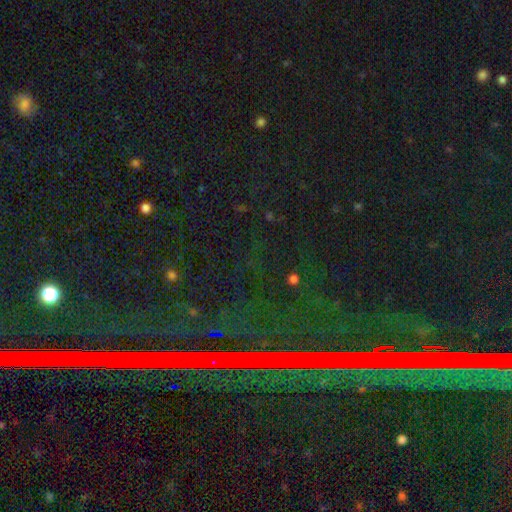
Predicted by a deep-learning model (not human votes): This appears to be a star or artifact, not a galaxy (88%).